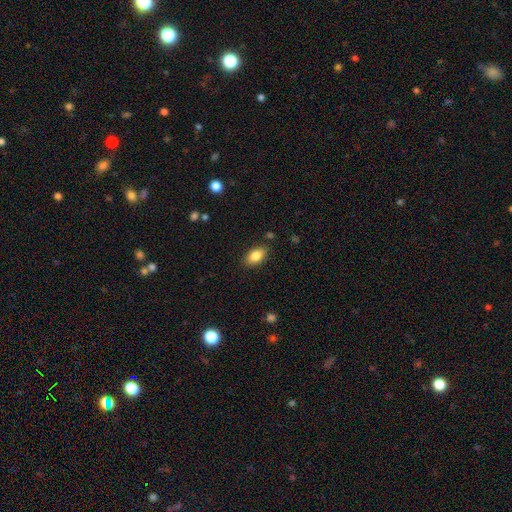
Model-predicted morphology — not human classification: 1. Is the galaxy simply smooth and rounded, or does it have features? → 85% smooth, 8% star or artifact, 7% featured or disk.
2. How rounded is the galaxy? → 91% in between, 6% round, 3% cigar-shaped.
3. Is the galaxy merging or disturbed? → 86% none, 10% minor disturbance, 2% major disturbance, 2% merger.